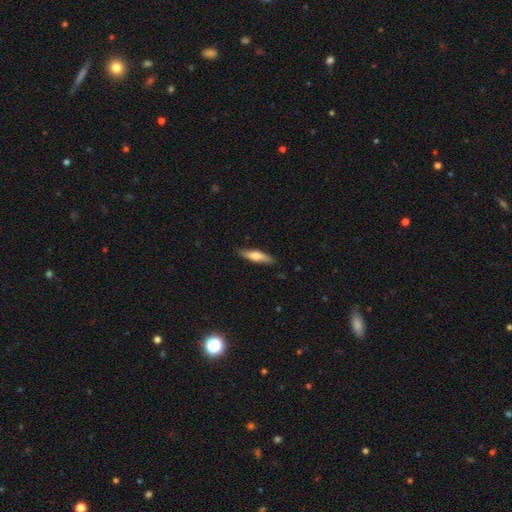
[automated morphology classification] smooth 63%, featured or disk 31%, star or artifact 6%. Down the decision tree: how rounded — cigar-shaped (69%); merging — none (84%).